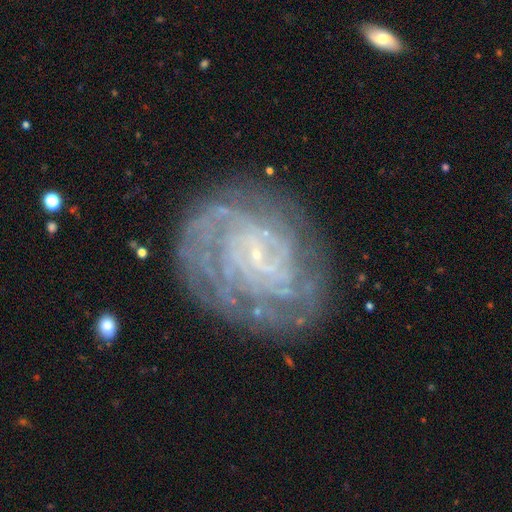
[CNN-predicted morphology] smooth_or_featured: featured or disk (p=0.85) [alt: smooth p=0.08]
disk_edge_on: no (p=0.97) [alt: yes p=0.03]
bar: no (p=0.52) [alt: weak p=0.37]
has_spiral_arms: yes (p=0.94) [alt: no p=0.06]
spiral_winding: tight (p=0.76) [alt: medium p=0.19]
spiral_arm_count: can't tell (p=0.35) [alt: 4 p=0.18]
bulge_size: small (p=0.83) [alt: none p=0.10]
merging: none (p=0.77) [alt: minor disturbance p=0.15]